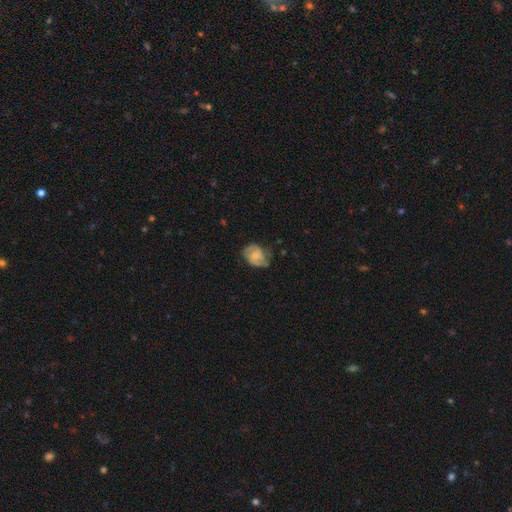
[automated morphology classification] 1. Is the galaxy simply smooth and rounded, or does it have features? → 63% featured or disk, 30% smooth, 7% star or artifact.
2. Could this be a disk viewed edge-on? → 97% no, 3% yes.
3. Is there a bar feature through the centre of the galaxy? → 55% no, 37% weak, 8% strong.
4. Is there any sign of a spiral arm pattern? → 88% yes, 12% no.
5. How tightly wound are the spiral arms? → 46% medium, 37% tight, 17% loose.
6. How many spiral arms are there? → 71% 2, 15% can't tell, 7% 3, 4% 1, 2% 4, 2% more than 4.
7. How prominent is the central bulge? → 47% small, 28% moderate, 21% none, 3% large, 1% dominant.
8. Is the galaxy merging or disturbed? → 62% none, 26% minor disturbance, 11% major disturbance, 2% merger.